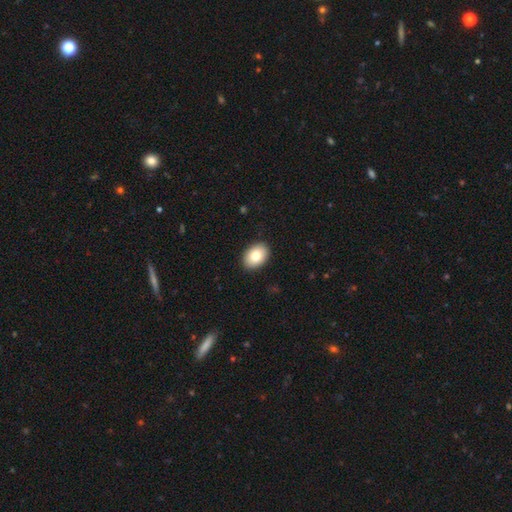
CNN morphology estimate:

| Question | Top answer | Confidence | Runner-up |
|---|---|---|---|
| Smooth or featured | smooth | 80% | featured or disk (12%) |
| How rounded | in between | 81% | round (18%) |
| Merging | none | 90% | minor disturbance (7%) |